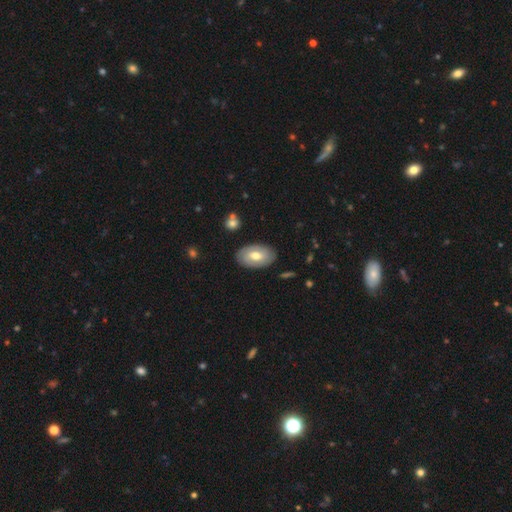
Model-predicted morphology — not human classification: type=smooth (51%); roundness=in between (92%); merging=none (85%).